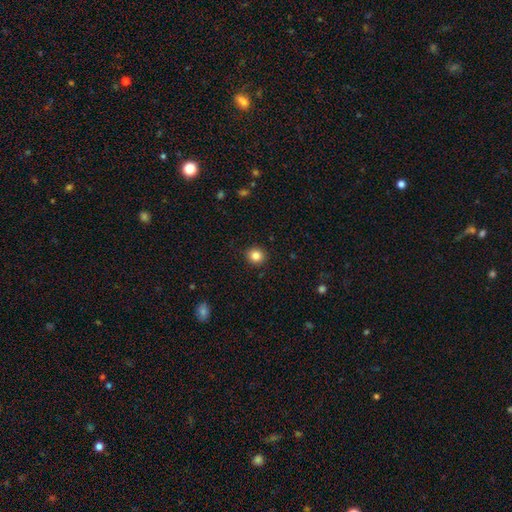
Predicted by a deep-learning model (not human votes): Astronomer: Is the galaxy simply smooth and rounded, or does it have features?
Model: smooth — 84%.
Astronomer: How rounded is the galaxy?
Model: round — 87%.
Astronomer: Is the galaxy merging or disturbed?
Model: none — 91%.